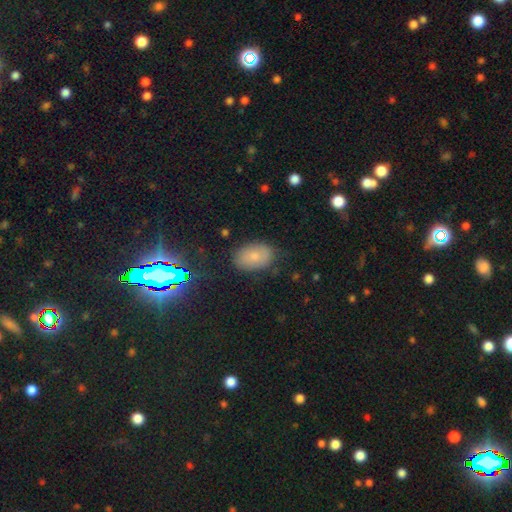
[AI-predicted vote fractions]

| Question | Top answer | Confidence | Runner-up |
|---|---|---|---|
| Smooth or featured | smooth | 74% | featured or disk (14%) |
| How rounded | in between | 86% | round (13%) |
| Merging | none | 79% | minor disturbance (15%) |